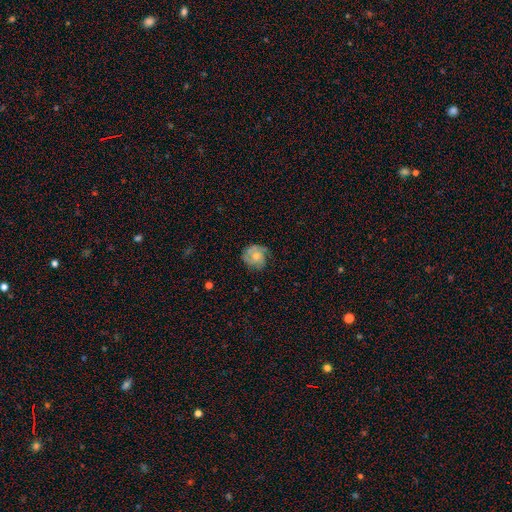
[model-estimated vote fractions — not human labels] Smooth or featured?
  - featured or disk: 64% *
  - smooth: 29%
  - star or artifact: 8%
Edge-on disk?
  - no: 98% *
  - yes: 2%
Bar?
  - no: 79% *
  - weak: 18%
  - strong: 3%
Spiral arms?
  - yes: 89% *
  - no: 11%
Spiral winding?
  - tight: 50% *
  - medium: 38%
  - loose: 11%
Spiral arm count?
  - 3: 39% *
  - can't tell: 22%
  - 2: 22%
  - 4: 8%
  - 1: 5%
  - more than 4: 4%
Bulge size?
  - moderate: 48% *
  - small: 43%
  - none: 4%
  - large: 3%
  - dominant: 1%
Merging?
  - none: 70% *
  - minor disturbance: 21%
  - major disturbance: 8%
  - merger: 1%